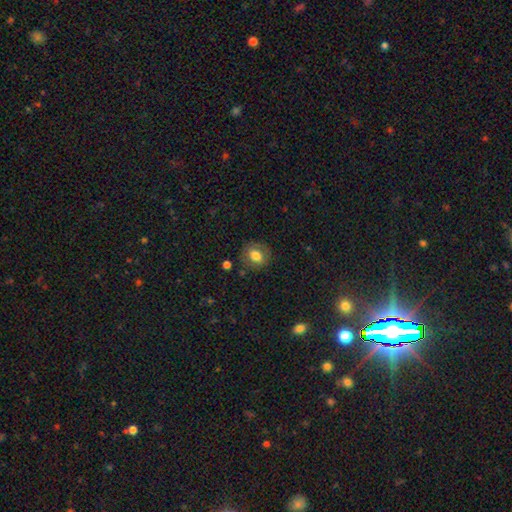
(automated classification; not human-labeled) Morphology: type=smooth (73%); roundness=round (66%); merging=none (79%).